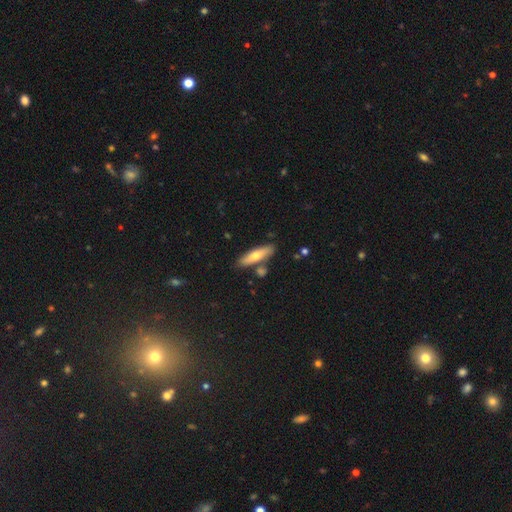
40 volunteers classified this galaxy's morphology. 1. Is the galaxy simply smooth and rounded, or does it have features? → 70% smooth, 28% featured or disk, 2% star or artifact.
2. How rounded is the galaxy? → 50% cigar-shaped, 43% in between, 7% round.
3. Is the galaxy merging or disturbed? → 59% none, 23% minor disturbance, 13% merger, 5% major disturbance.